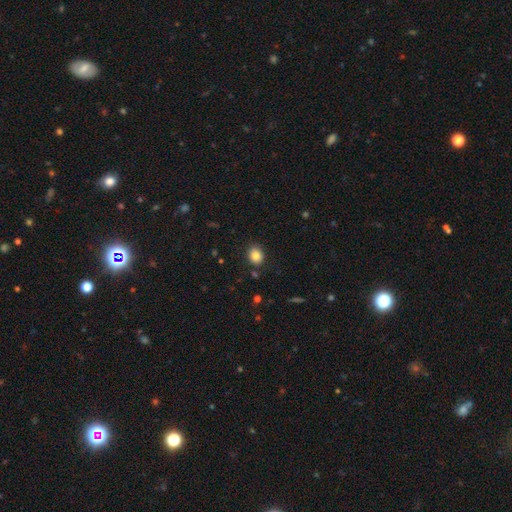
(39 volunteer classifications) Smooth or featured: smooth — 90% (featured or disk — 5%)
How rounded: round — 51% (in between — 49%)
Merging: none — 86% (minor disturbance — 11%)